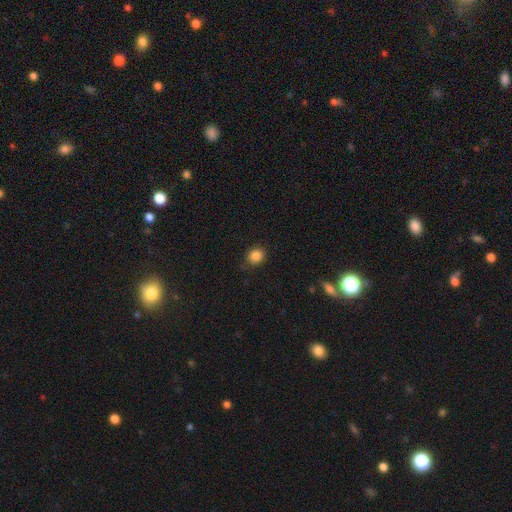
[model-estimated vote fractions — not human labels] Smooth or featured? Predicted: smooth (p=0.86). How rounded? Predicted: round (p=0.68). Merging? Predicted: none (p=0.84).